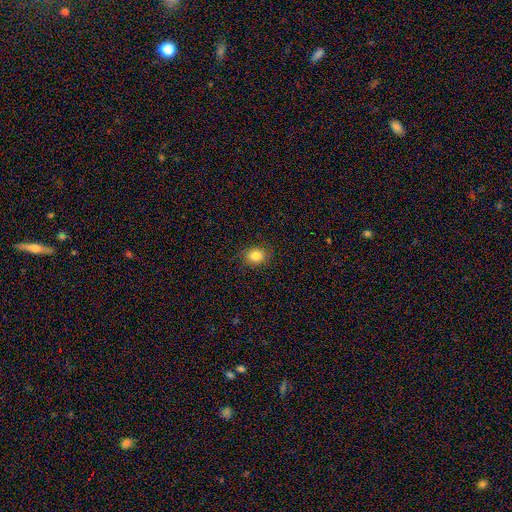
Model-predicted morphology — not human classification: Q: Smooth or featured?
A: smooth (83%); runner-up: star or artifact (11%)
Q: How rounded?
A: round (50%); runner-up: in between (49%)
Q: Merging?
A: none (85%); runner-up: minor disturbance (11%)